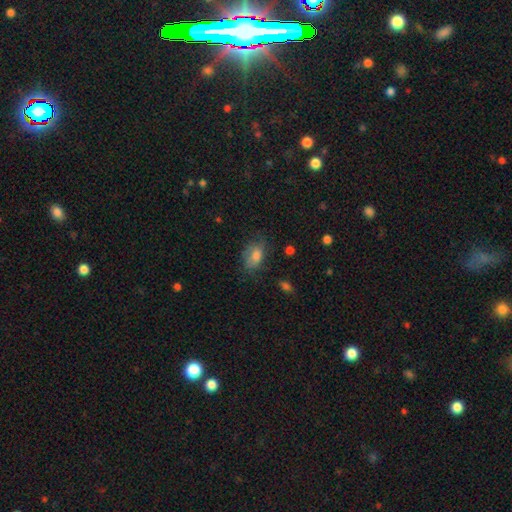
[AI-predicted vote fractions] Smooth or featured?
  - smooth: 71% *
  - featured or disk: 18%
  - star or artifact: 11%
How rounded?
  - in between: 84% *
  - round: 14%
  - cigar-shaped: 2%
Merging?
  - none: 62% *
  - minor disturbance: 26%
  - major disturbance: 10%
  - merger: 2%